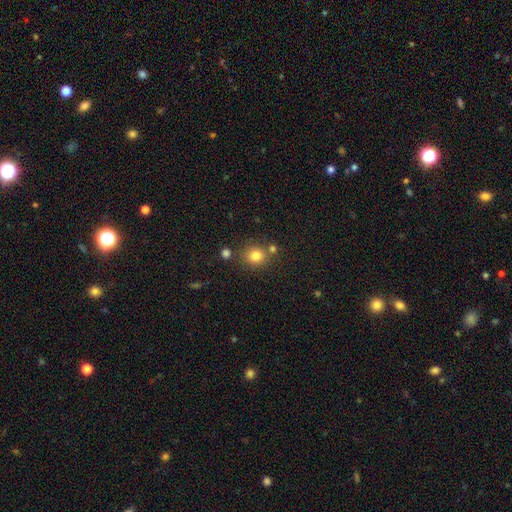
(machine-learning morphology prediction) Q: Smooth or featured?
A: smooth (80%); runner-up: star or artifact (13%)
Q: How rounded?
A: round (83%); runner-up: in between (16%)
Q: Merging?
A: none (73%); runner-up: merger (14%)